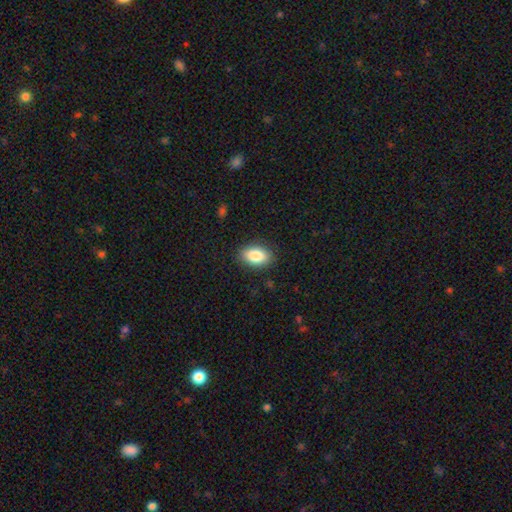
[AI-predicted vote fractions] Q: Smooth or featured?
A: smooth (86%); runner-up: star or artifact (7%)
Q: How rounded?
A: in between (89%); runner-up: round (10%)
Q: Merging?
A: none (87%); runner-up: minor disturbance (10%)